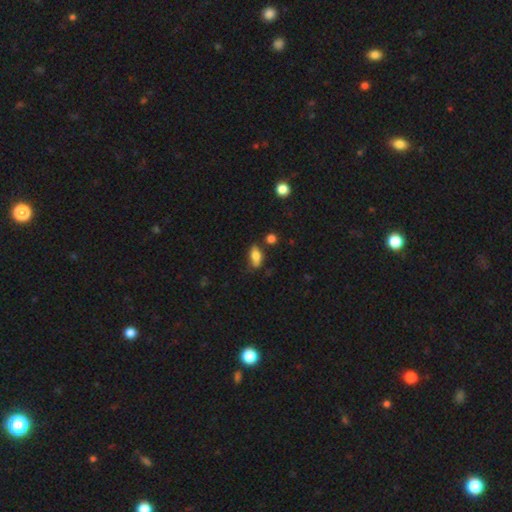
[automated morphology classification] smooth_or_featured: smooth (p=0.71) [alt: featured or disk p=0.20]
how_rounded: in between (p=0.80) [alt: cigar-shaped p=0.13]
merging: none (p=0.55) [alt: minor disturbance p=0.29]